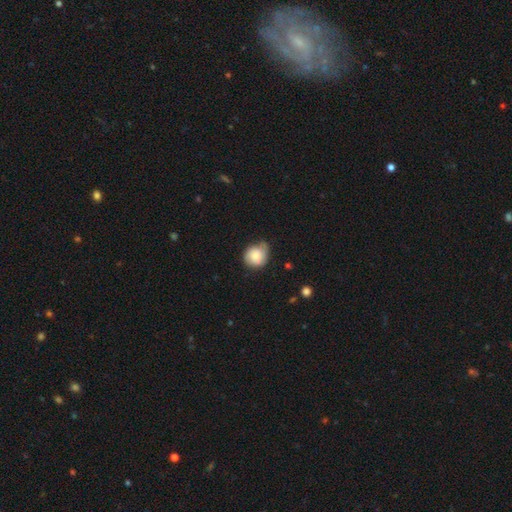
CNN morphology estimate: Smooth or featured: smooth — 64% (featured or disk — 29%)
How rounded: round — 79% (in between — 20%)
Merging: none — 53% (minor disturbance — 36%)